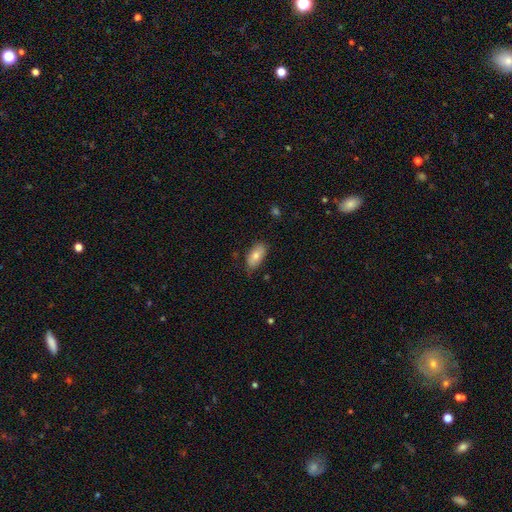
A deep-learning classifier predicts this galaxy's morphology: Q: Smooth or featured?
A: smooth (76%); runner-up: featured or disk (17%)
Q: How rounded?
A: in between (92%); runner-up: cigar-shaped (5%)
Q: Merging?
A: none (75%); runner-up: minor disturbance (21%)